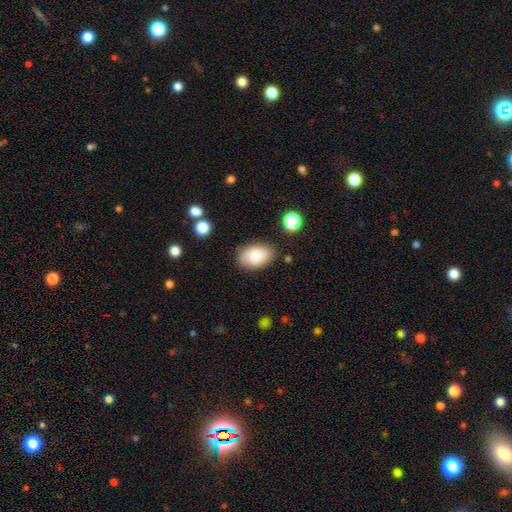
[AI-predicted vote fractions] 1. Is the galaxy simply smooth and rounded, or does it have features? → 82% smooth, 10% featured or disk, 8% star or artifact.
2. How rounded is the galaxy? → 90% in between, 9% round, 1% cigar-shaped.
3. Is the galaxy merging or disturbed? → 79% none, 15% minor disturbance, 4% major disturbance, 2% merger.